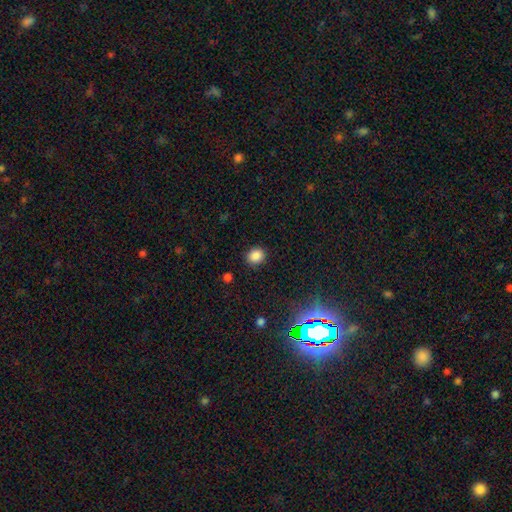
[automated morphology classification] Q: Smooth or featured?
A: smooth (86%); runner-up: star or artifact (11%)
Q: How rounded?
A: round (74%); runner-up: in between (25%)
Q: Merging?
A: none (89%); runner-up: minor disturbance (8%)